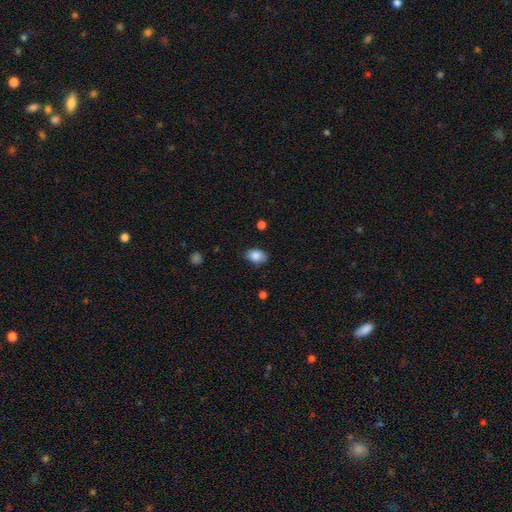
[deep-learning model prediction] Overall: smooth (86%). How rounded: in between (84%). Merging: none (80%).